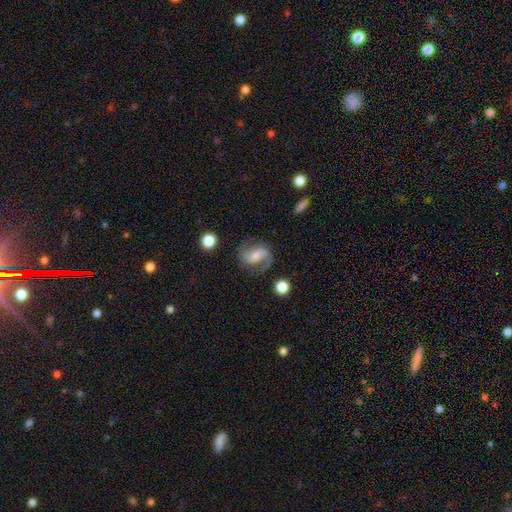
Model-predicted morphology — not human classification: smooth_or_featured: featured or disk (p=0.83) [alt: smooth p=0.11]
disk_edge_on: no (p=0.97) [alt: yes p=0.03]
bar: weak (p=0.42) [alt: no p=0.34]
has_spiral_arms: yes (p=0.96) [alt: no p=0.04]
spiral_winding: medium (p=0.48) [alt: loose p=0.37]
spiral_arm_count: 2 (p=0.87) [alt: 1 p=0.06]
bulge_size: small (p=0.52) [alt: moderate p=0.41]
merging: none (p=0.73) [alt: minor disturbance p=0.16]